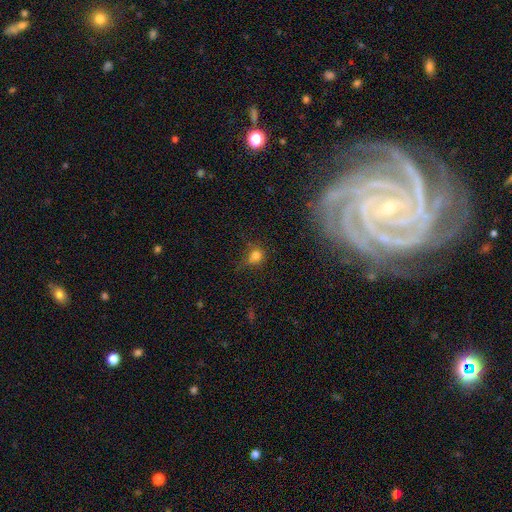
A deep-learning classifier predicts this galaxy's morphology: Overall: smooth (73%). How rounded: round (75%). Merging: none (56%; minor disturbance 23%).